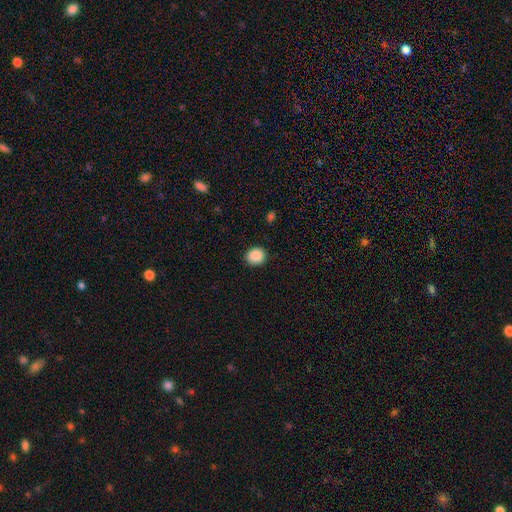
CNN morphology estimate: smooth 89%, star or artifact 9%, featured or disk 3%. Down the decision tree: how rounded — round (82%); merging — none (90%).